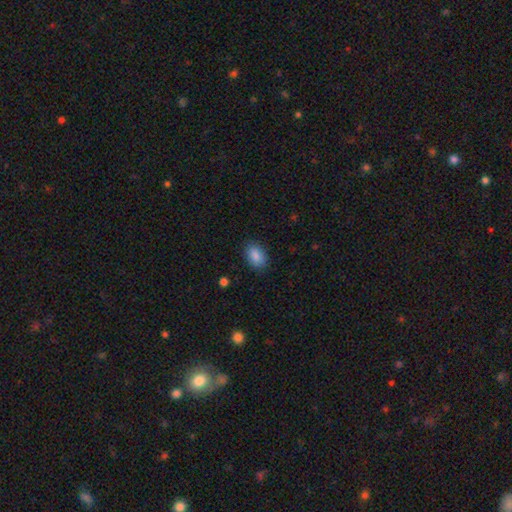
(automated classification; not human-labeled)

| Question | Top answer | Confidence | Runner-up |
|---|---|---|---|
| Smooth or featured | smooth | 88% | star or artifact (7%) |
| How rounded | in between | 88% | round (10%) |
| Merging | none | 87% | minor disturbance (10%) |